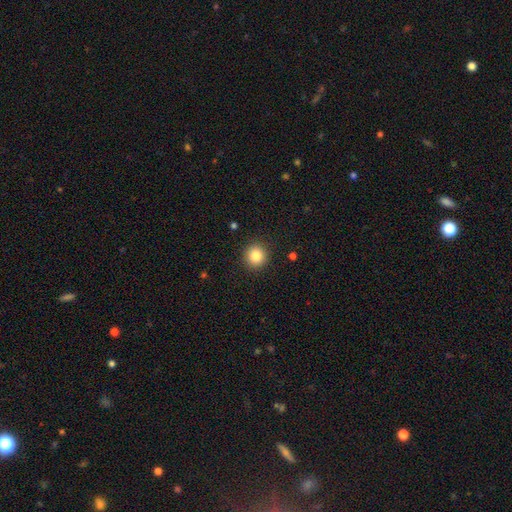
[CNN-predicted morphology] smooth_or_featured: smooth (p=0.85) [alt: star or artifact p=0.10]
how_rounded: round (p=0.92) [alt: in between p=0.07]
merging: none (p=0.91) [alt: minor disturbance p=0.06]